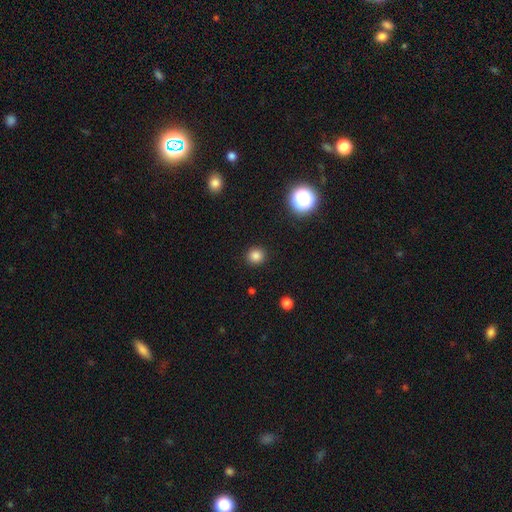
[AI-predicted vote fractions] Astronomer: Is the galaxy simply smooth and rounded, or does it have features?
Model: smooth — 83%.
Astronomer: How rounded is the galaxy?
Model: round — 91%.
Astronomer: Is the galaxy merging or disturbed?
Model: none — 91%.